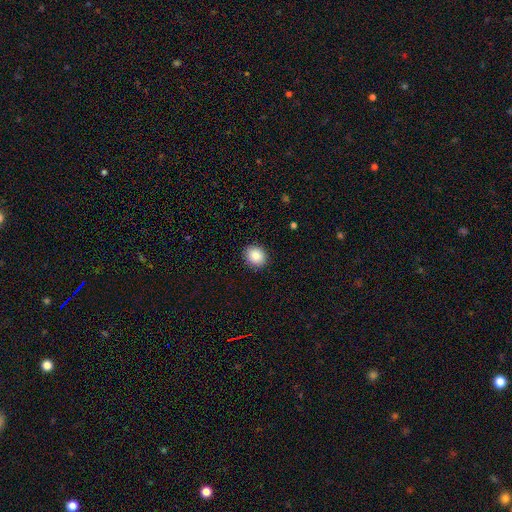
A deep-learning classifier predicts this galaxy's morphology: Smooth or featured? smooth (87%)
How rounded? round (69%)
Merging? none (91%)